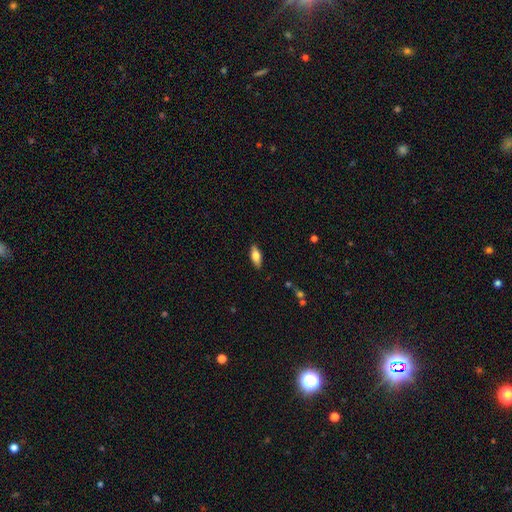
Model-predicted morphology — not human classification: smooth-or-featured: smooth: 70% | featured or disk: 23% | star or artifact: 7%
  how-rounded: in between: 77% | cigar-shaped: 21% | round: 2%
  merging: none: 87% | minor disturbance: 10% | major disturbance: 2% | merger: 1%